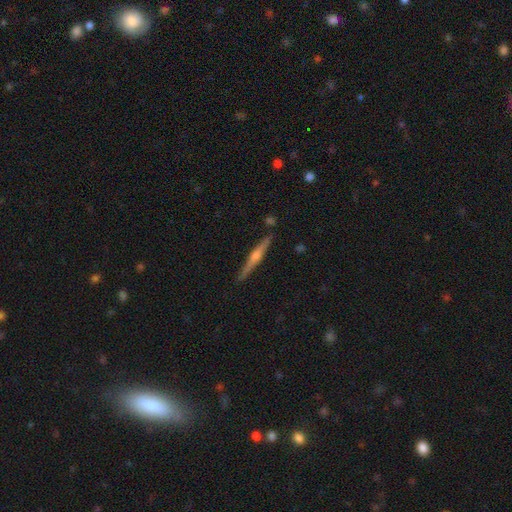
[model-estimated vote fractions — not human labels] Smooth or featured? Predicted: featured or disk (p=0.81). Edge-on disk? Predicted: yes (p=0.98). Edge-on bulge? Predicted: rounded (p=0.84). Merging? Predicted: none (p=0.90).